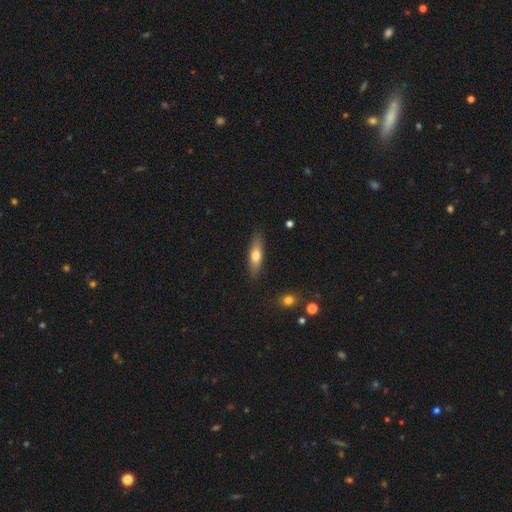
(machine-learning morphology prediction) This appears to be a smooth galaxy with no disk features (63%) that is cigar-shaped (59%). Merging: none (87%).